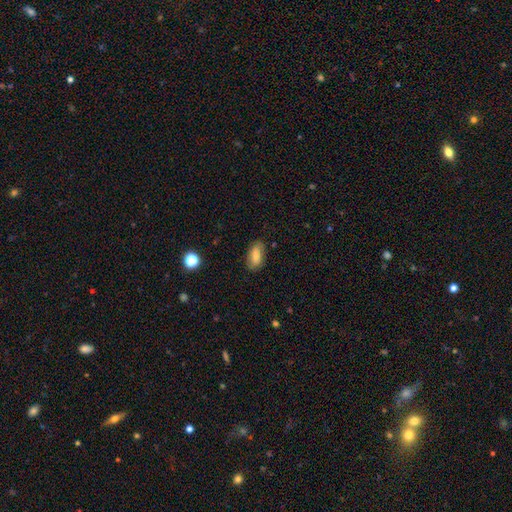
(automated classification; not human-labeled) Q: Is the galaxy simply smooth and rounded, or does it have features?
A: smooth — 79%.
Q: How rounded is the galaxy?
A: in between — 88%.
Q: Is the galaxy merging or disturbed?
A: none — 80%.